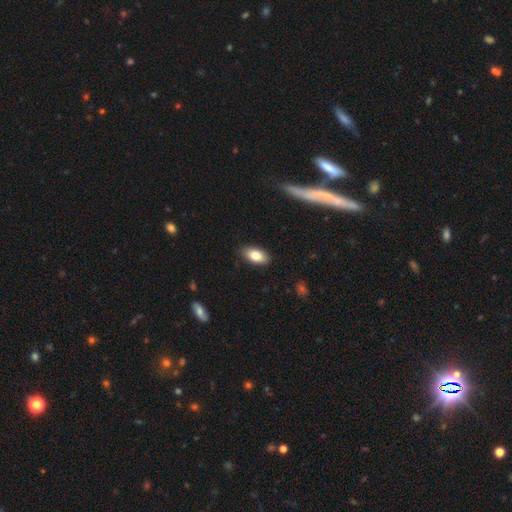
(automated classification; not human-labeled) Smooth or featured? Predicted: smooth (p=0.80). How rounded? Predicted: in between (p=0.91). Merging? Predicted: none (p=0.86).